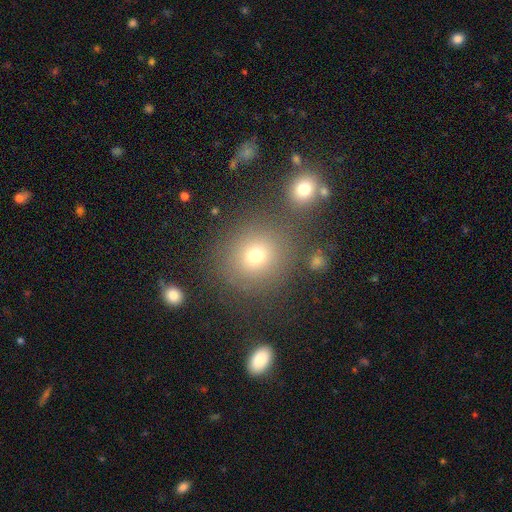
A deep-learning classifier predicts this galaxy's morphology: A smooth galaxy with no disk features (71%) that is round (86%).

Vote fractions:
- Smooth or featured? smooth: 71% / star or artifact: 18% / featured or disk: 10%
- How rounded? round: 86% / in between: 13% / cigar-shaped: 1%
- Merging? none: 77% / merger: 9% / minor disturbance: 9% / major disturbance: 4%